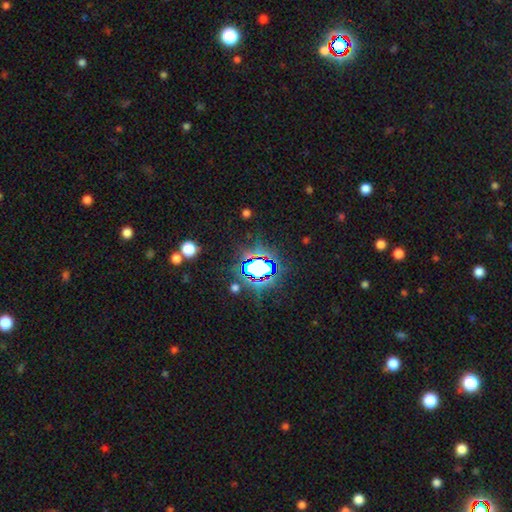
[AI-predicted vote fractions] star or artifact 80%, smooth 12%, featured or disk 8%.